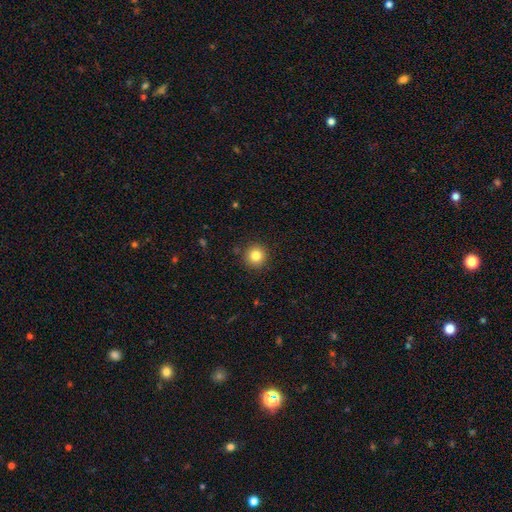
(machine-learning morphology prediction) This appears to be a smooth galaxy with no disk features (83%) that is round (94%). Merging: none (90%).